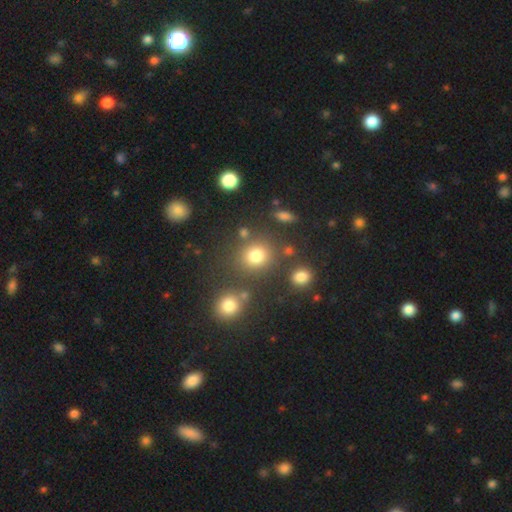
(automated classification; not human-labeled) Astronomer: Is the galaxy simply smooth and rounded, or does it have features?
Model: smooth — 76%.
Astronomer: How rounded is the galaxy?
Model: round — 80%.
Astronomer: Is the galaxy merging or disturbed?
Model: none — 74%.